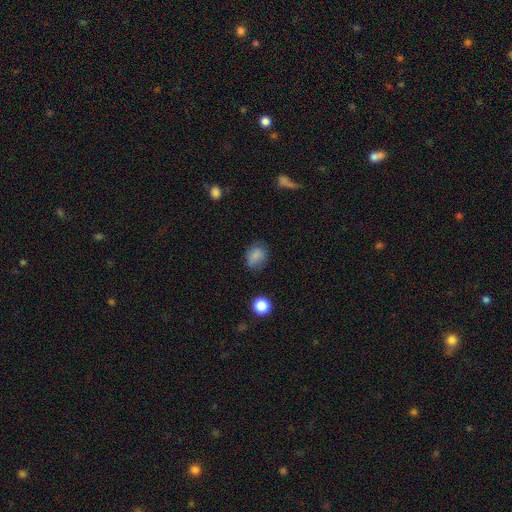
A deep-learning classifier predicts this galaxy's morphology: A smooth galaxy with no disk features (82%) that is round (51%). Merging: none (71%).